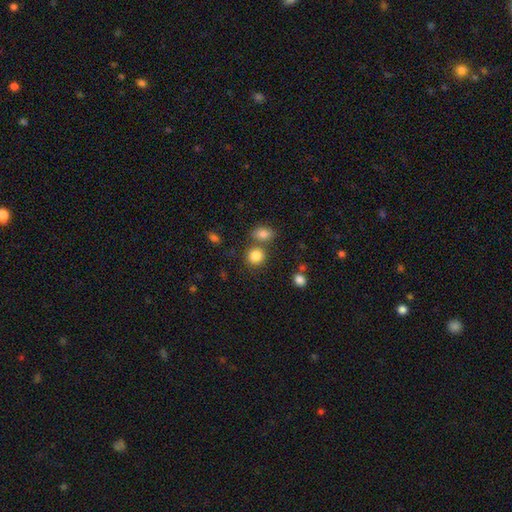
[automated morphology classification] Smooth or featured?
  - smooth: 85% *
  - star or artifact: 10%
  - featured or disk: 5%
How rounded?
  - round: 82% *
  - in between: 17%
  - cigar-shaped: 1%
Merging?
  - none: 65% *
  - merger: 22%
  - minor disturbance: 9%
  - major disturbance: 4%